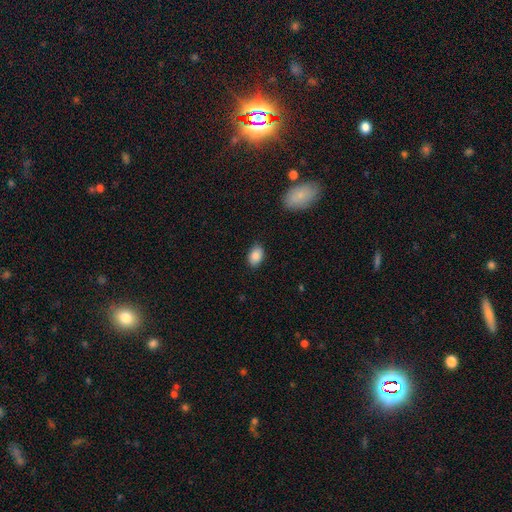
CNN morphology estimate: A smooth galaxy with no disk features (87%) that is in between round and cigar-shaped (87%).

Vote fractions:
- Smooth or featured? smooth: 87% / star or artifact: 8% / featured or disk: 6%
- How rounded? in between: 87% / round: 12% / cigar-shaped: 1%
- Merging? none: 86% / minor disturbance: 11% / major disturbance: 2% / merger: 1%